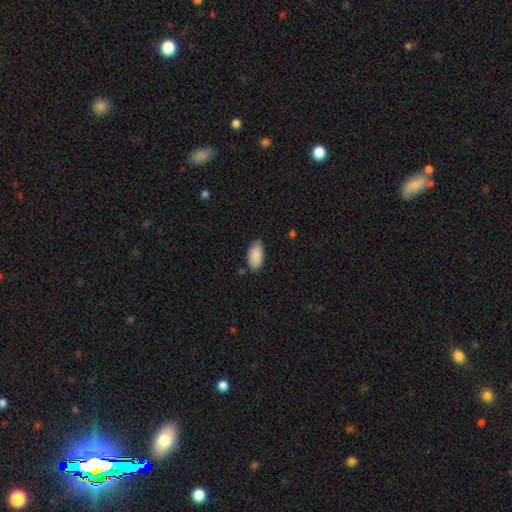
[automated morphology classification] smooth 90%, star or artifact 6%, featured or disk 4%. Down the decision tree: how rounded — in between (93%); merging — none (80%).